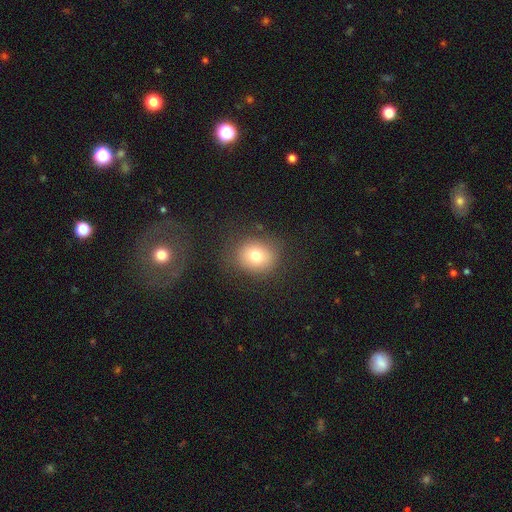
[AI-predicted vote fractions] This is likely a smooth galaxy (77%). How rounded: likely round (69%). Merging: clearly none (80%).